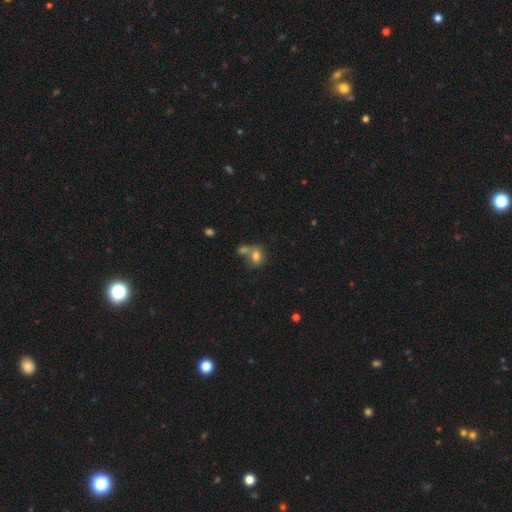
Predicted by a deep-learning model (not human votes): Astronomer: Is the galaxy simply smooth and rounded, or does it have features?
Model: smooth — 75%.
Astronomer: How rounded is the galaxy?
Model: in between — 69%.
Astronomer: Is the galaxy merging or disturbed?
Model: merger — 43% (runner-up: none, 38%).